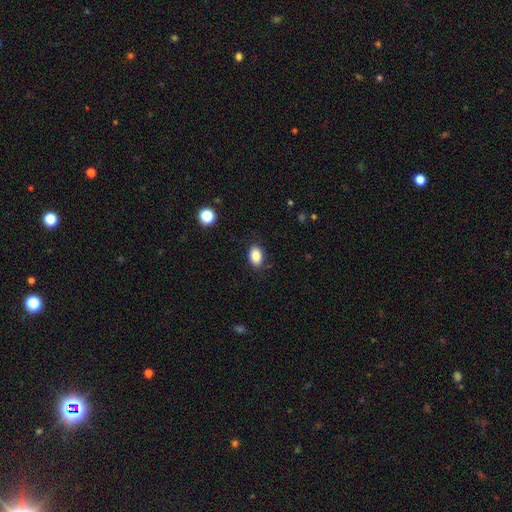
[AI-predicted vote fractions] The model was most divided on "how rounded": in between: 85%, round: 14%, cigar-shaped: 1%. More confident: smooth or featured — smooth (87%); merging — none (84%).